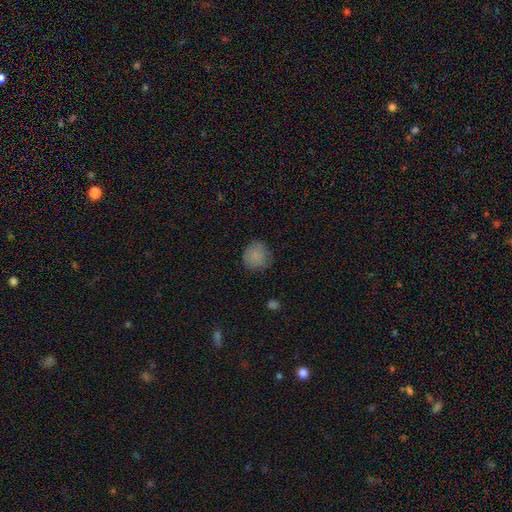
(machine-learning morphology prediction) This is clearly a smooth galaxy (83%). How rounded: clearly round (88%). Merging: likely none (78%).